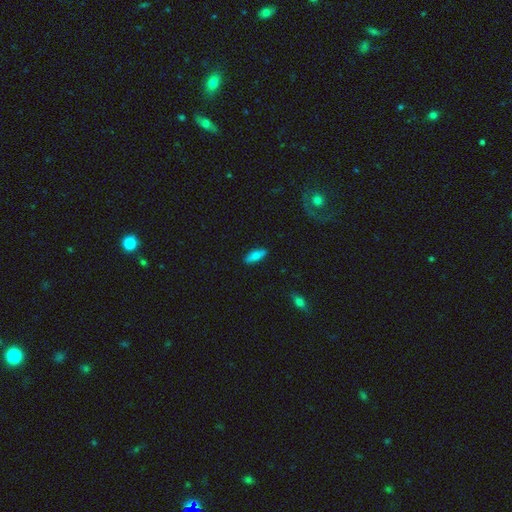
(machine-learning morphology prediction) This is likely a smooth galaxy (76%). How rounded: likely in between (63%). Merging: clearly none (87%).